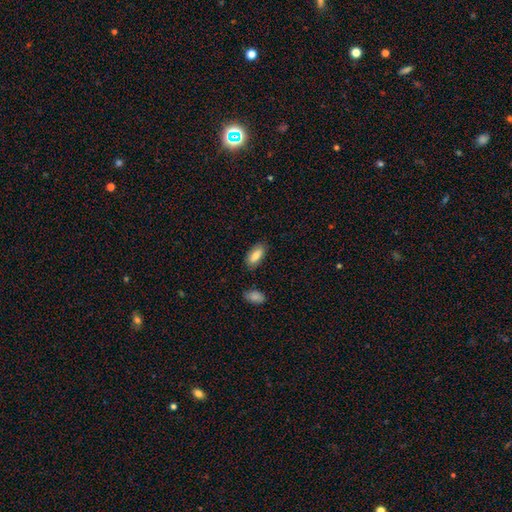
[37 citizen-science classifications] Smooth or featured?
  - smooth: 89% *
  - featured or disk: 5%
  - star or artifact: 5%
How rounded?
  - in between: 85% *
  - cigar-shaped: 9%
  - round: 6%
Merging?
  - none: 74% *
  - minor disturbance: 14%
  - major disturbance: 9%
  - merger: 3%